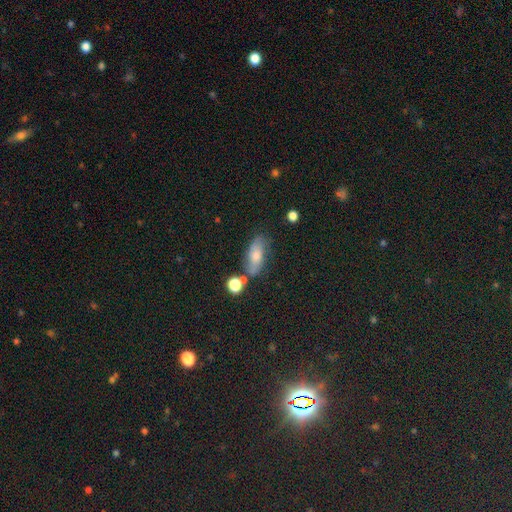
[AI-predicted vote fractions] Overall: smooth (63%; featured or disk 26%). How rounded: in between (76%). Merging: none (64%).